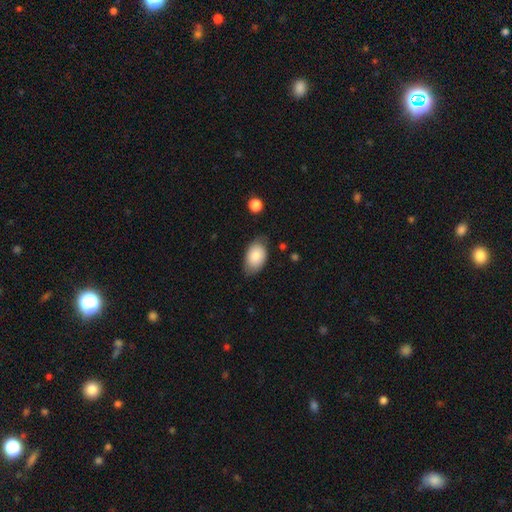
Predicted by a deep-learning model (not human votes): This is clearly a smooth galaxy (82%). How rounded: clearly in between (90%). Merging: likely none (70%).